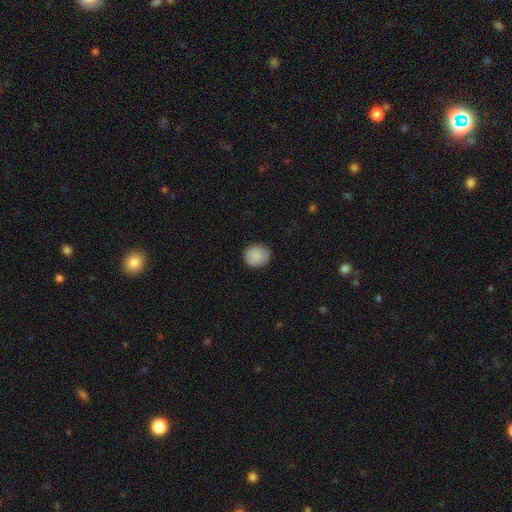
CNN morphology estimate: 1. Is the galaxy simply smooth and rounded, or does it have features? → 88% smooth, 7% star or artifact, 5% featured or disk.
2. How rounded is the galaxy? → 78% round, 21% in between, 1% cigar-shaped.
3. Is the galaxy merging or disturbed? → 87% none, 10% minor disturbance, 2% major disturbance, 1% merger.